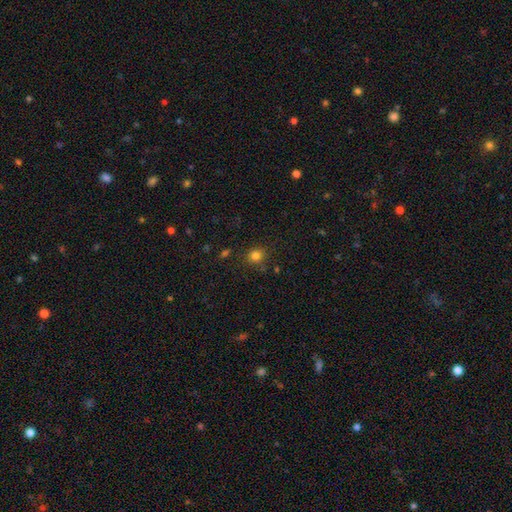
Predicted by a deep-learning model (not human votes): Overall: smooth (80%). How rounded: round (82%). Merging: none (83%).